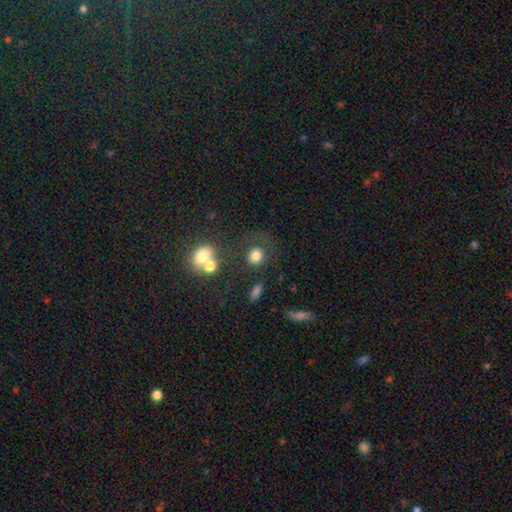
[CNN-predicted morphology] type=smooth (79%); roundness=round (73%); merging=none (58%).